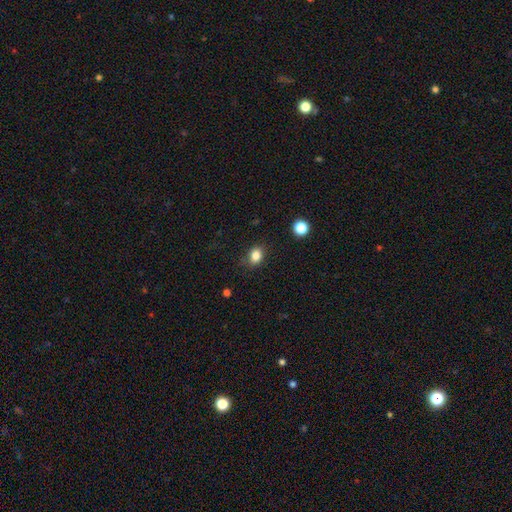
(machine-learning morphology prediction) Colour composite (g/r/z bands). It shows a smooth galaxy with no disk features (84%) that is in between round and cigar-shaped (58%). Merging: none (80%).